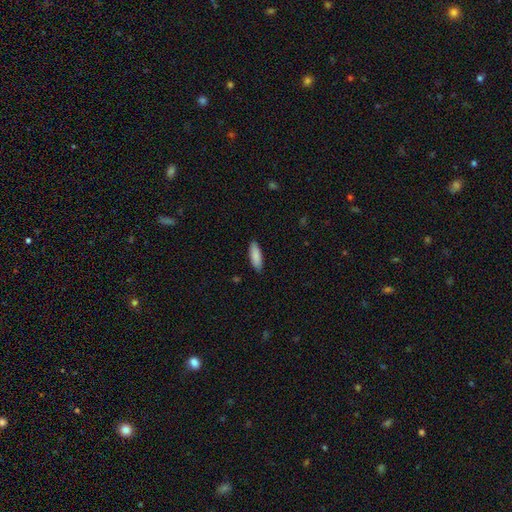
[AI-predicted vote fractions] A smooth galaxy with no disk features (87%) that is in between round and cigar-shaped (61%). Merging: none (86%).